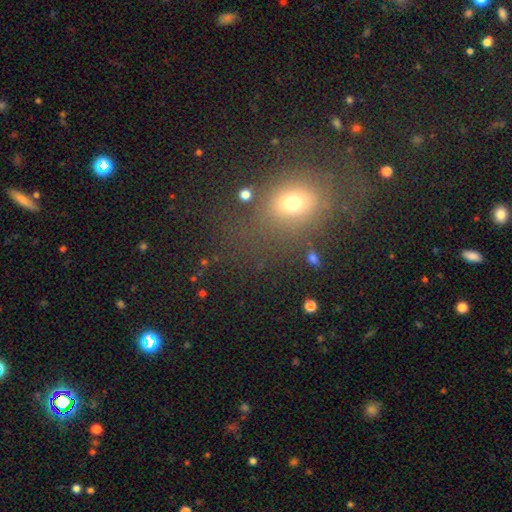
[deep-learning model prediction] The model was most divided on "how rounded": in between: 55%, round: 43%, cigar-shaped: 2%. More confident: merging — none (77%); smooth or featured — smooth (59%).